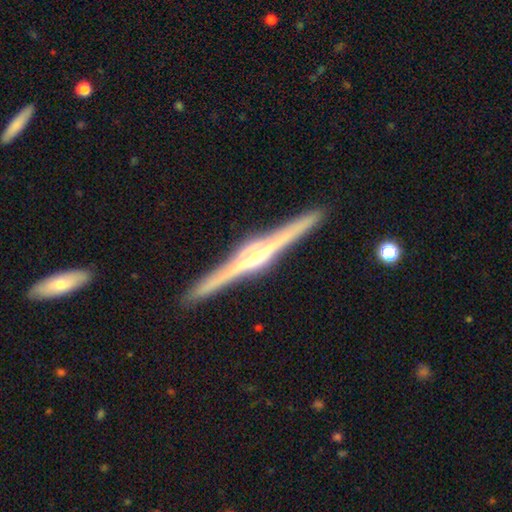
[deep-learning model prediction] Smooth or featured? Predicted: featured or disk (p=0.88). Edge-on disk? Predicted: yes (p=0.99). Edge-on bulge? Predicted: rounded (p=0.83). Merging? Predicted: none (p=0.93).